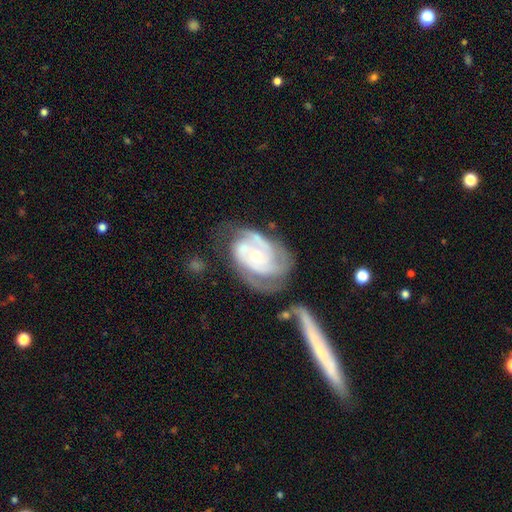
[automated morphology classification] type=featured or disk (88%); edge-on=no (97%); bar=no (72%); spiral arms=yes (95%); winding=tight (58%); arm count=2 (38%); bulge=moderate (53%); merging=none (44%).